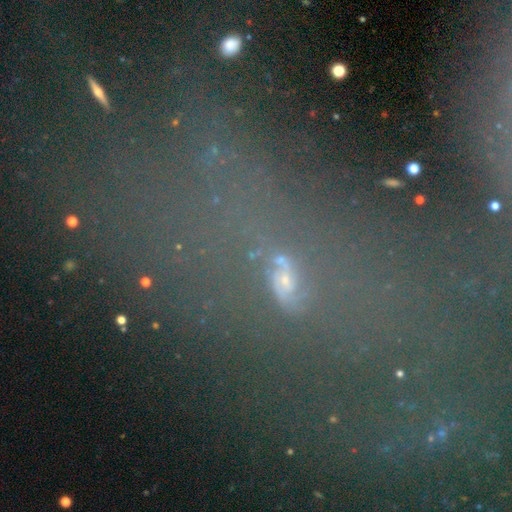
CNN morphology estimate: Smooth or featured?
  - star or artifact: 50% *
  - smooth: 27%
  - featured or disk: 23%